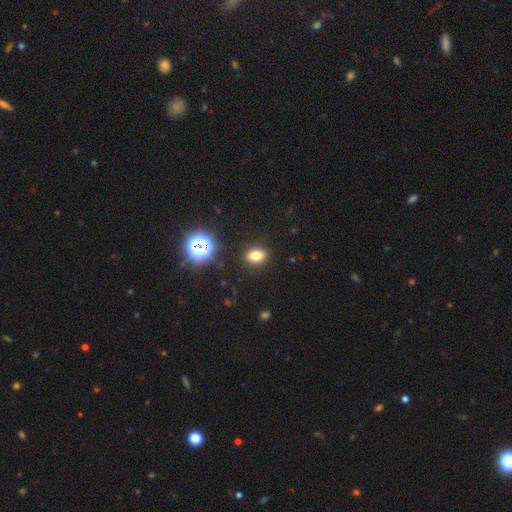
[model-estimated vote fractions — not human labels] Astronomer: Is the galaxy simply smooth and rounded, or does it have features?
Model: smooth — 75%.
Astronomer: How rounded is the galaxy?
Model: in between — 66%.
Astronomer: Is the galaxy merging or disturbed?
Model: none — 89%.